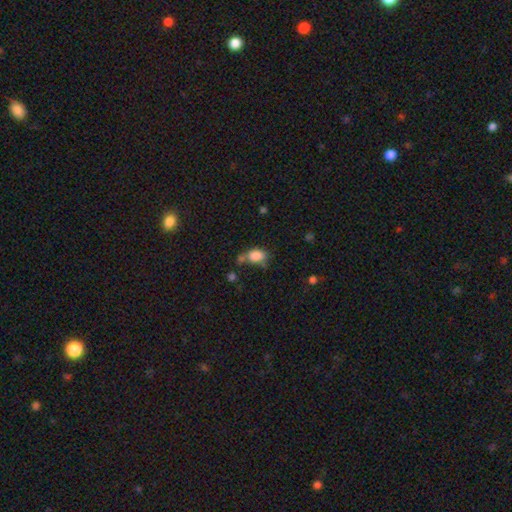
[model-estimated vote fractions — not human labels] A smooth galaxy with no disk features (84%) that is in between round and cigar-shaped (78%). Merging: none (46%).